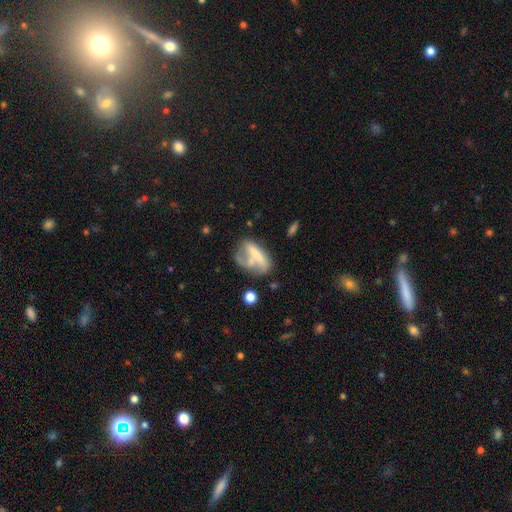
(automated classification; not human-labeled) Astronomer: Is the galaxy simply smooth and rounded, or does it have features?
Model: smooth — 48% (runner-up: featured or disk, 42%).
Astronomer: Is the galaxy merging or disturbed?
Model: none — 32% (runner-up: major disturbance, 30%).